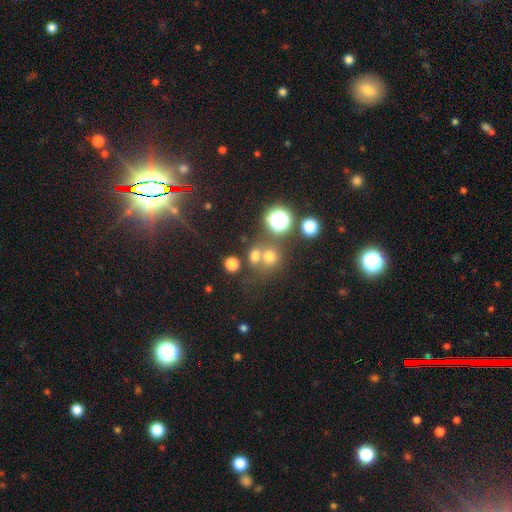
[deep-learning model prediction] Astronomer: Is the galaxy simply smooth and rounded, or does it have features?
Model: smooth — 64%.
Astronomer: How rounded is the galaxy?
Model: round — 81%.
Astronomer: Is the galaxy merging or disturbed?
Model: none — 56% (runner-up: merger, 31%).